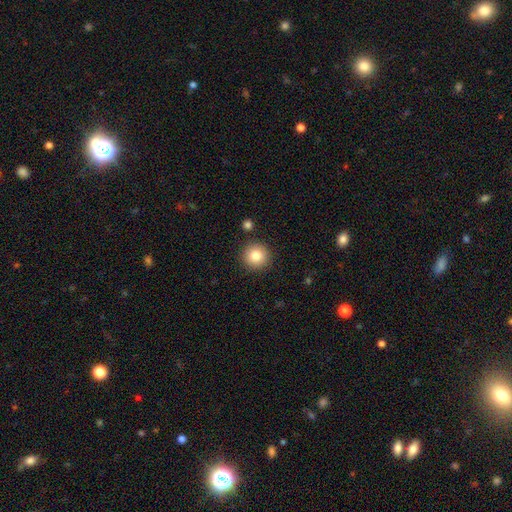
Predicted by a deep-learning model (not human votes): Morphology: type=smooth (82%); roundness=round (95%); merging=none (88%).